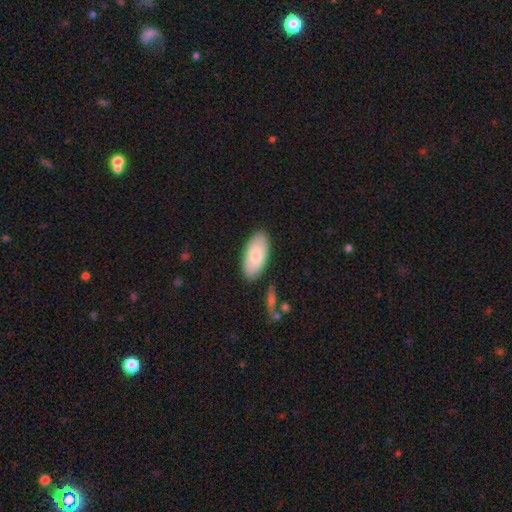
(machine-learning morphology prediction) smooth 76%, featured or disk 19%, star or artifact 6%. Down the decision tree: how rounded — in between (93%); merging — none (85%).